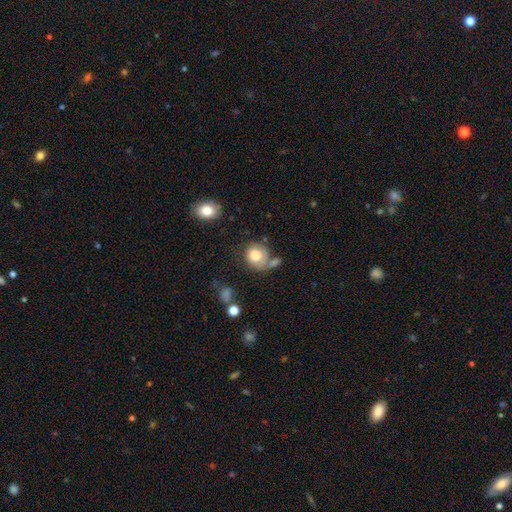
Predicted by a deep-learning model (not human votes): This appears to be a smooth galaxy with no disk features (78%) that is round (76%). Merging: none (49%).